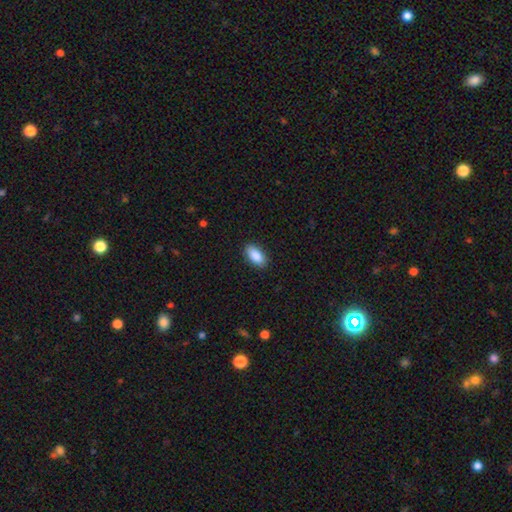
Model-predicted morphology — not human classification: This is clearly a smooth galaxy (90%). How rounded: clearly in between (92%). Merging: clearly none (88%).